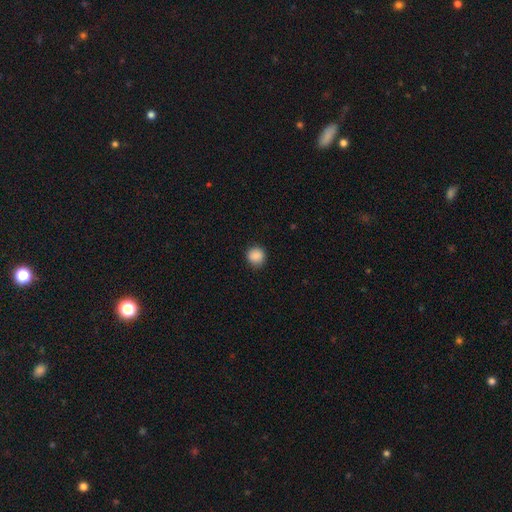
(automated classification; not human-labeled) smooth-or-featured: smooth: 89% | star or artifact: 9% | featured or disk: 3%
  how-rounded: round: 92% | in between: 7% | cigar-shaped: 1%
  merging: none: 90% | minor disturbance: 7% | major disturbance: 2% | merger: 1%